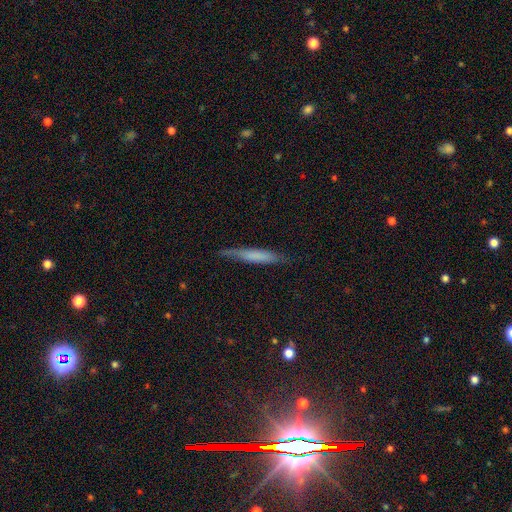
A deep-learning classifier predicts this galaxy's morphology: Overall: smooth (61%; featured or disk 32%). How rounded: cigar-shaped (93%). Merging: none (75%).